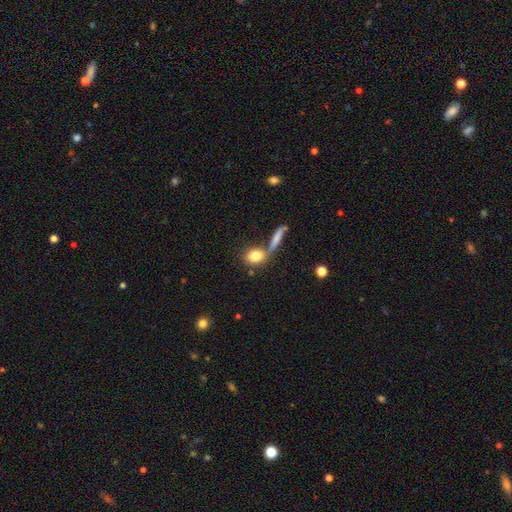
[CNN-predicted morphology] Smooth or featured? smooth (79%)
How rounded? round (53%)
Merging? none (57%)